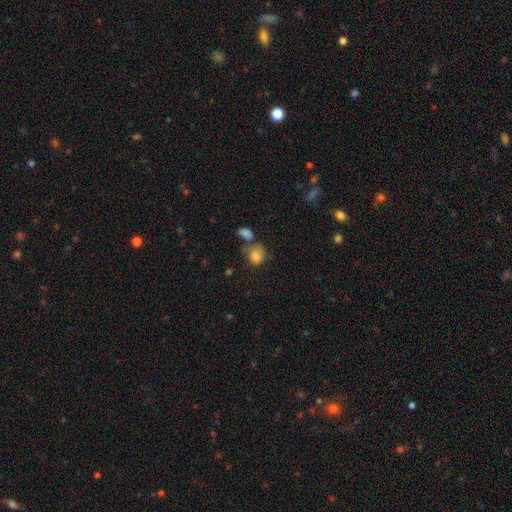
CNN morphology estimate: A smooth galaxy with no disk features (79%) that is round (52%).

Vote fractions:
- Smooth or featured? smooth: 79% / featured or disk: 12% / star or artifact: 10%
- How rounded? round: 52% / in between: 47% / cigar-shaped: 1%
- Merging? none: 39% / merger: 29% / minor disturbance: 20% / major disturbance: 11%